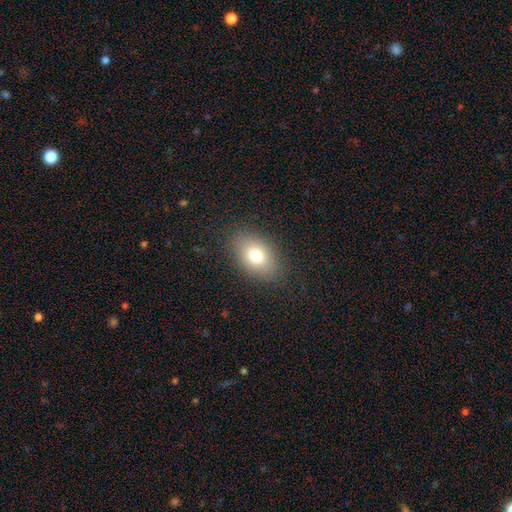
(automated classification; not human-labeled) The model was most divided on "smooth or featured": smooth: 76%, featured or disk: 13%, star or artifact: 10%. More confident: merging — none (84%); how rounded — in between (83%).